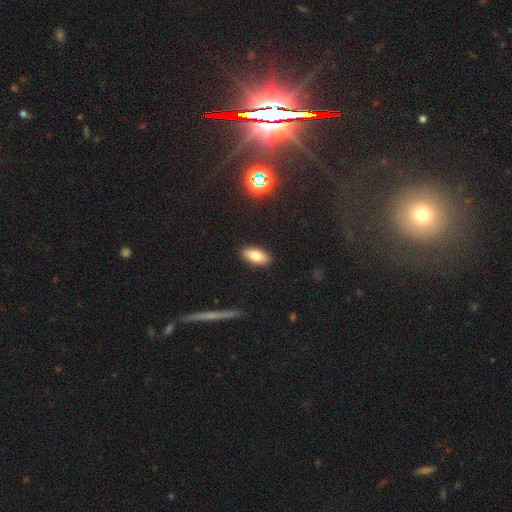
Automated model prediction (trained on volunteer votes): Overall: smooth (79%). How rounded: in between (86%). Merging: none (89%).